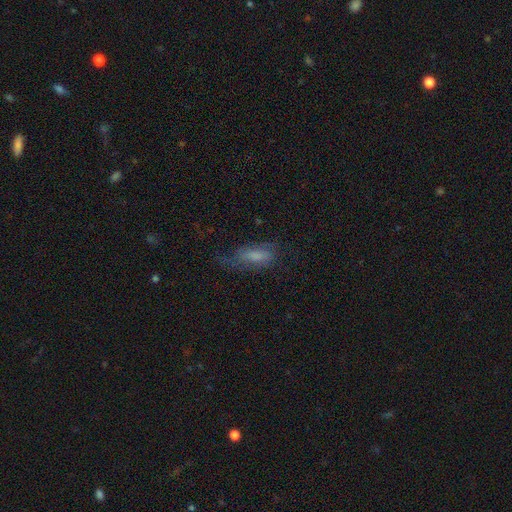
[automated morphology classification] Q: Smooth or featured?
A: smooth (58%); runner-up: featured or disk (31%)
Q: How rounded?
A: in between (67%); runner-up: cigar-shaped (30%)
Q: Merging?
A: none (48%); runner-up: minor disturbance (27%)